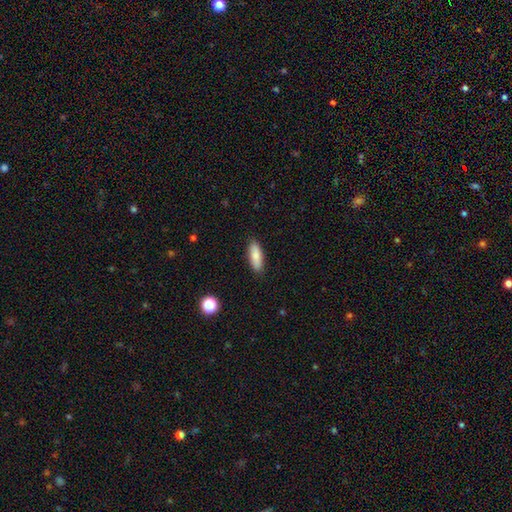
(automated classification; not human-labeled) Smooth or featured? smooth (83%)
How rounded? in between (61%)
Merging? none (88%)